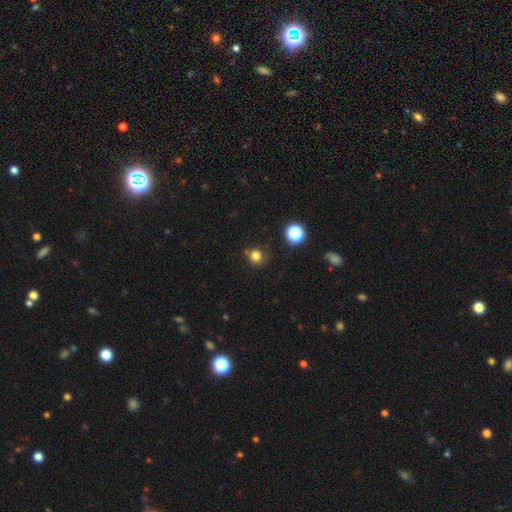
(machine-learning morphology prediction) The model was most divided on "merging": none: 74%, minor disturbance: 14%, merger: 8%, major disturbance: 4%. More confident: how rounded — round (87%); smooth or featured — smooth (78%).